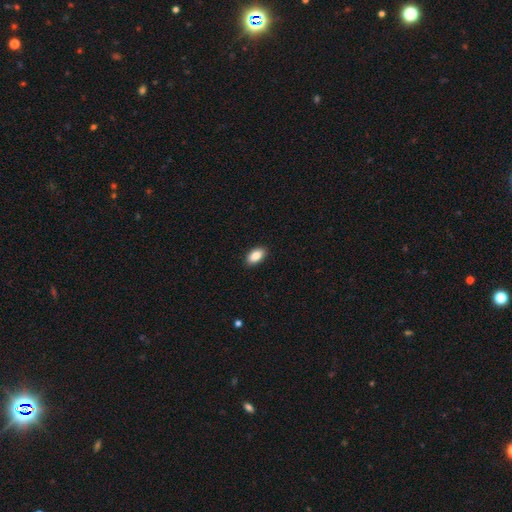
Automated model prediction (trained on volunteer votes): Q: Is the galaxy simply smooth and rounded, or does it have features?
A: smooth — 87%.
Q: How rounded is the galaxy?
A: in between — 93%.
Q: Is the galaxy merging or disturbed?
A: none — 90%.